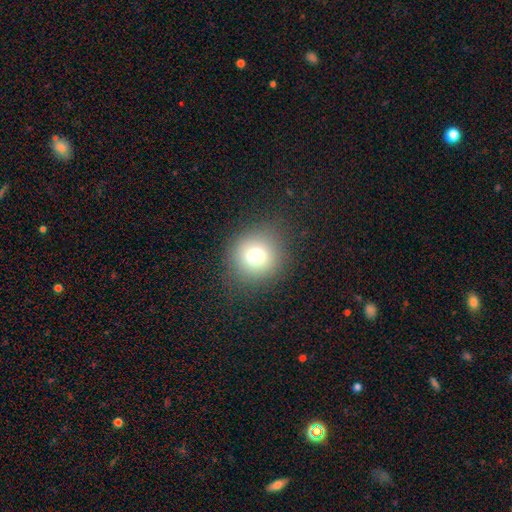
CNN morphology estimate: Overall: smooth (75%). How rounded: round (89%). Merging: none (85%).